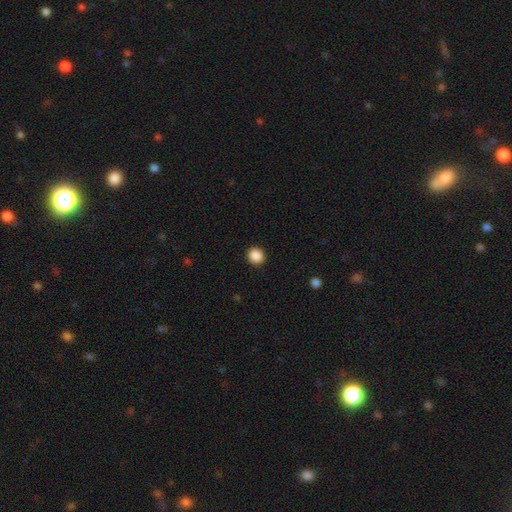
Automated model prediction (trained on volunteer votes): Q: Smooth or featured?
A: smooth (88%); runner-up: star or artifact (9%)
Q: How rounded?
A: round (87%); runner-up: in between (12%)
Q: Merging?
A: none (92%); runner-up: minor disturbance (5%)